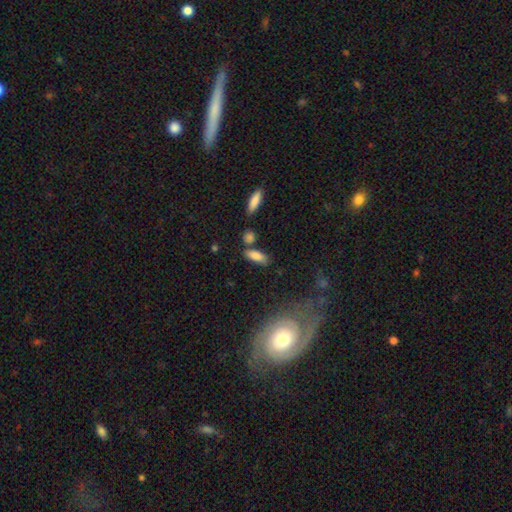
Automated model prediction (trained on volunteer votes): smooth-or-featured: smooth: 81% | featured or disk: 11% | star or artifact: 8%
  how-rounded: in between: 69% | cigar-shaped: 28% | round: 3%
  merging: none: 70% | minor disturbance: 15% | merger: 10% | major disturbance: 4%